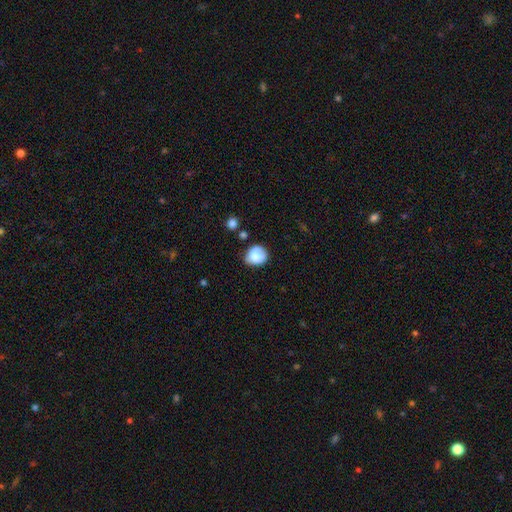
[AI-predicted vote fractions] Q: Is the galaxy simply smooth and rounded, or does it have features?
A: smooth — 77%.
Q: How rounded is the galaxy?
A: round — 72%.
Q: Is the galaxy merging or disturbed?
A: none — 56%.